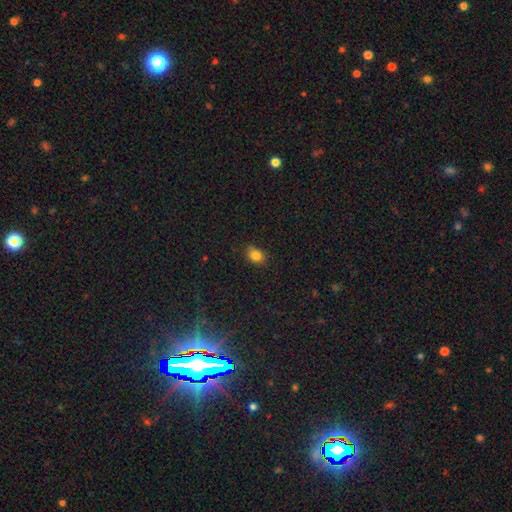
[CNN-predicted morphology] Overall: smooth (82%). How rounded: in between (59%; round 40%). Merging: none (76%).